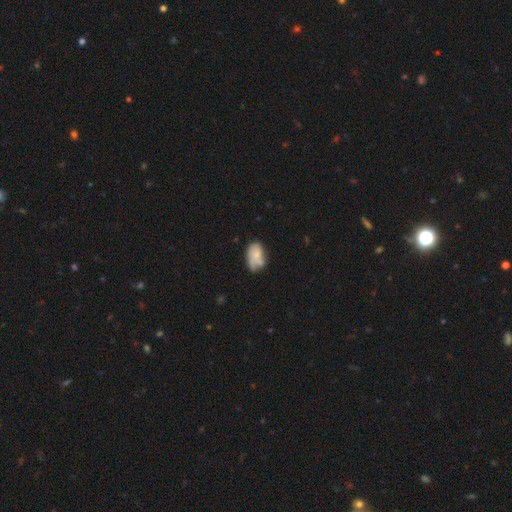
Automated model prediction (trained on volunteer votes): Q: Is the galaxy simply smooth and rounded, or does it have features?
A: smooth — 66%.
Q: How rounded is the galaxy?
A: in between — 88%.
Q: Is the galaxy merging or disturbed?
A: none — 39%.